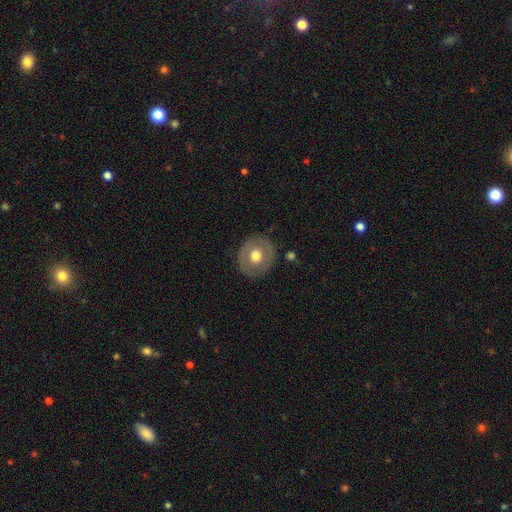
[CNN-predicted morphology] A smooth galaxy with no disk features (55%) that is round (79%). Merging: none (85%).